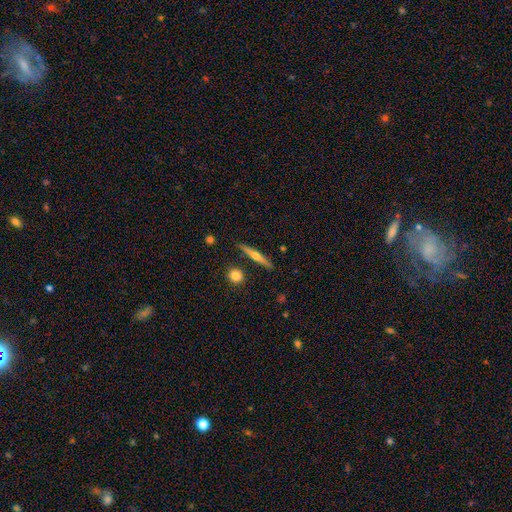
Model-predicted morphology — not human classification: This appears to be a featured or disk galaxy (60%) viewed edge-on (97%) with a rounded central bulge (87%). Merging: none (87%).